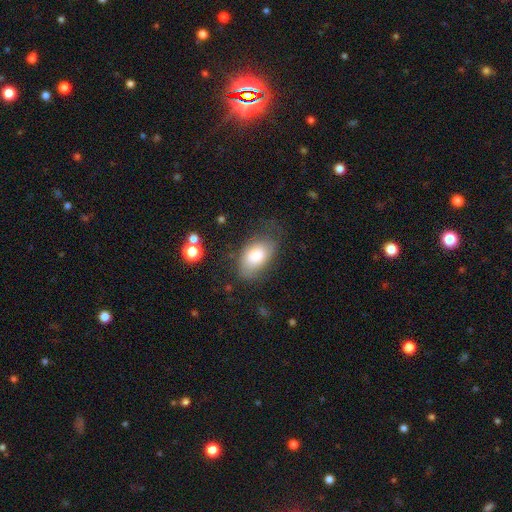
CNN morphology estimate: Smooth or featured? Predicted: smooth (p=0.76). How rounded? Predicted: in between (p=0.92). Merging? Predicted: none (p=0.55).